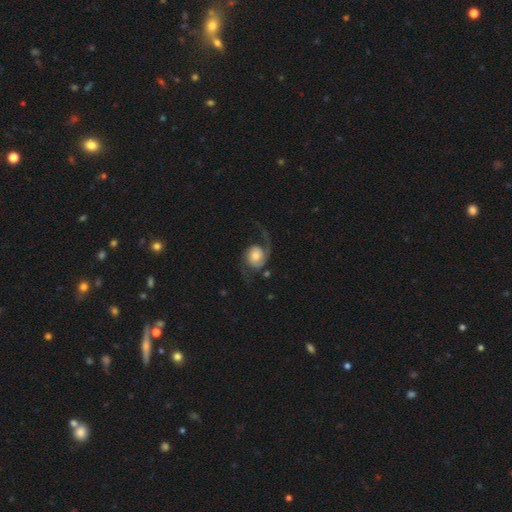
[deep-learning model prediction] Smooth or featured?
  - featured or disk: 77% *
  - smooth: 17%
  - star or artifact: 6%
Edge-on disk?
  - no: 97% *
  - yes: 3%
Bar?
  - no: 73% *
  - weak: 22%
  - strong: 5%
Spiral arms?
  - yes: 95% *
  - no: 5%
Spiral winding?
  - loose: 65% *
  - medium: 28%
  - tight: 7%
Spiral arm count?
  - 2: 87% *
  - 1: 7%
  - can't tell: 2%
  - 3: 1%
  - 4: 1%
  - more than 4: 1%
Bulge size?
  - moderate: 33% *
  - large: 31%
  - small: 17%
  - dominant: 13%
  - none: 6%
Merging?
  - none: 60% *
  - major disturbance: 21%
  - minor disturbance: 16%
  - merger: 3%